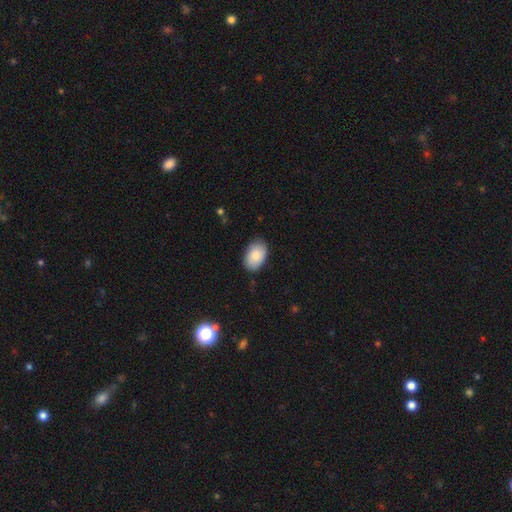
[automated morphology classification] Q: Smooth or featured?
A: smooth (86%); runner-up: featured or disk (9%)
Q: How rounded?
A: in between (91%); runner-up: round (8%)
Q: Merging?
A: none (84%); runner-up: minor disturbance (13%)